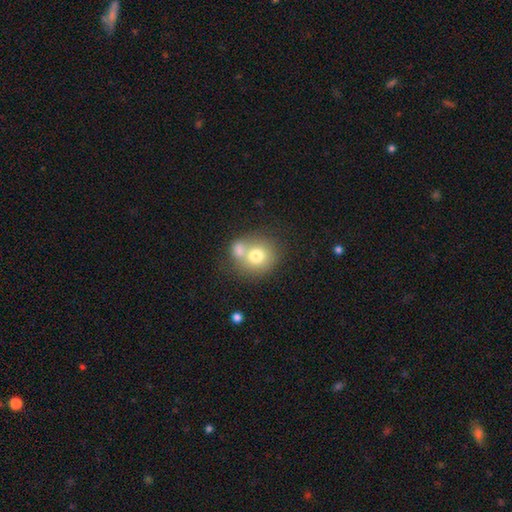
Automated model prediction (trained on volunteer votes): Morphology: type=smooth (72%); roundness=round (79%); merging=merger (45%).